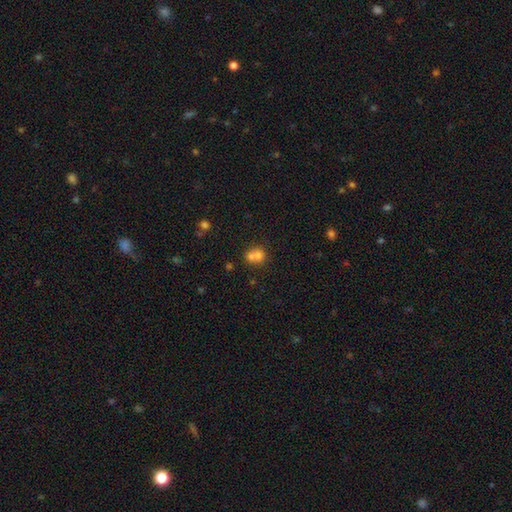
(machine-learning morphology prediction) Overall: smooth (70%). How rounded: round (73%). Merging: merger (61%; none 29%).